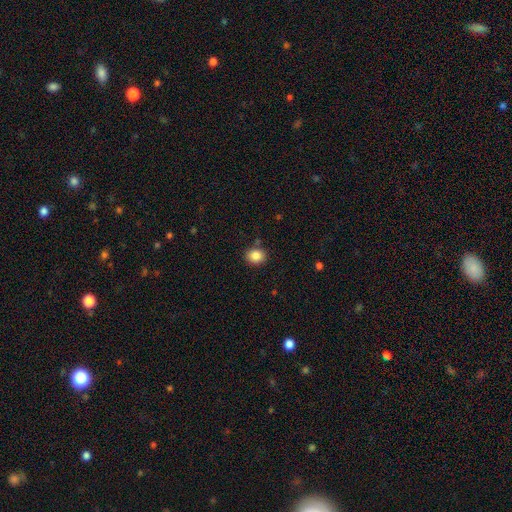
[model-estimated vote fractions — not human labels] This is clearly a smooth galaxy (85%). How rounded: possibly round (60%). Merging: clearly none (83%).